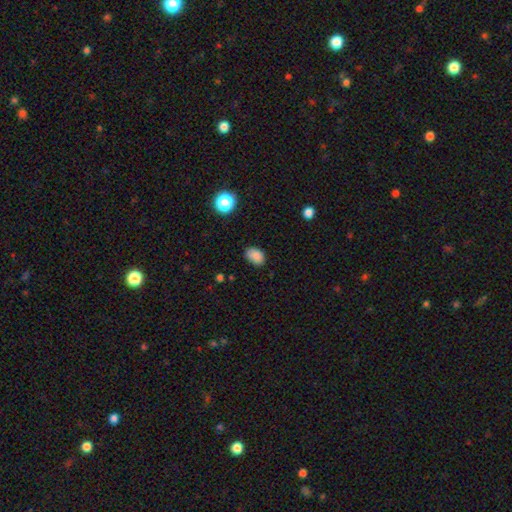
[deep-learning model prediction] This appears to be a smooth galaxy with no disk features (86%) that is in between round and cigar-shaped (78%). Merging: none (78%).